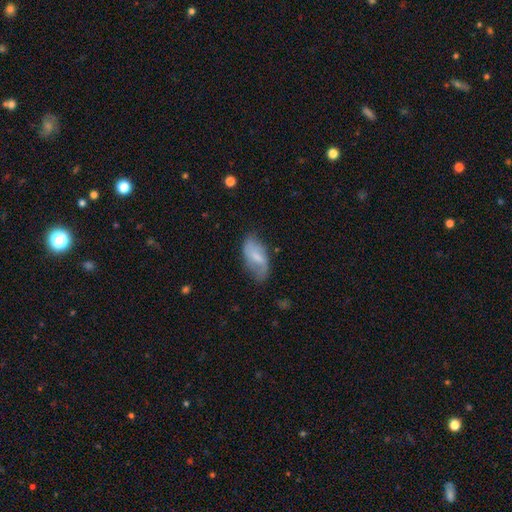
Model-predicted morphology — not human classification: Overall: smooth (51%; featured or disk 42%). How rounded: in between (91%). Merging: none (62%; minor disturbance 28%).